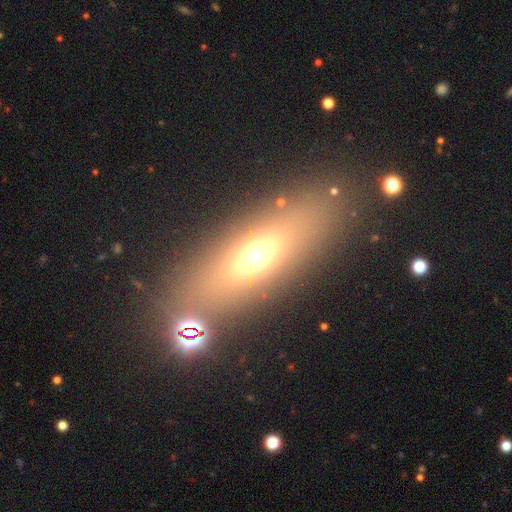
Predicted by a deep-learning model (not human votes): smooth 55%, featured or disk 30%, star or artifact 15%. Down the decision tree: how rounded — in between (63%); merging — none (80%).